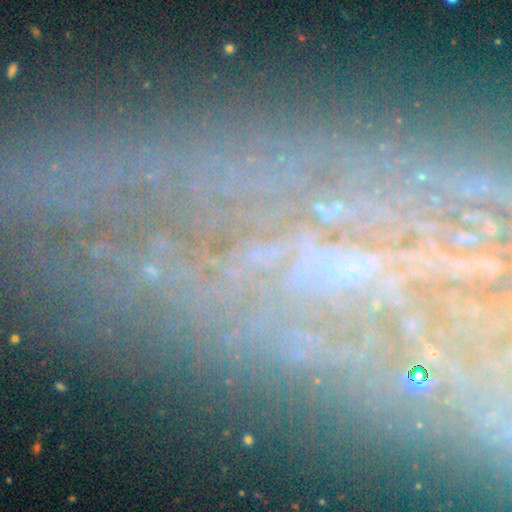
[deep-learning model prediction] A star or artifact, not a galaxy (71%).